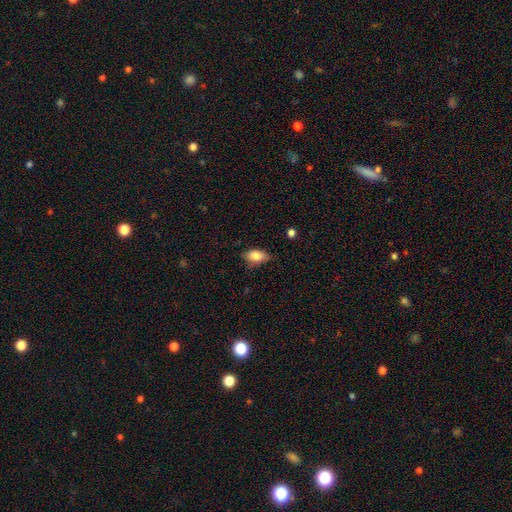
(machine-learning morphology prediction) Smooth or featured? smooth (84%)
How rounded? in between (90%)
Merging? none (70%)